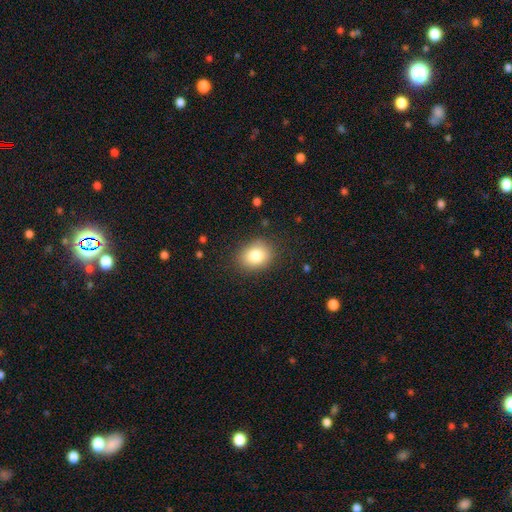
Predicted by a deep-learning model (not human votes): Smooth or featured: smooth — 82% (star or artifact — 9%)
How rounded: in between — 50% (round — 49%)
Merging: none — 85% (minor disturbance — 11%)